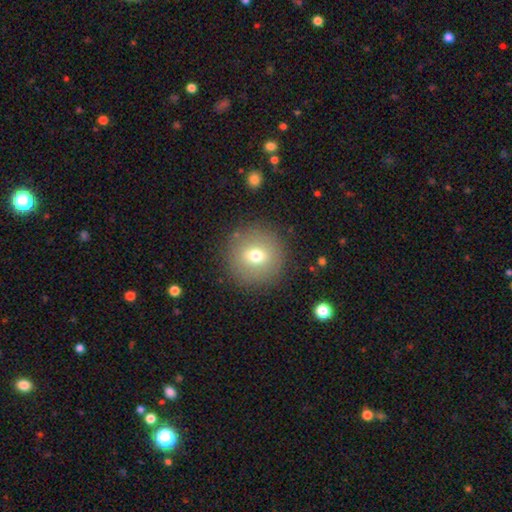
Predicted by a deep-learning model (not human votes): Q: Smooth or featured?
A: smooth (70%); runner-up: featured or disk (18%)
Q: How rounded?
A: round (94%); runner-up: in between (5%)
Q: Merging?
A: none (88%); runner-up: minor disturbance (7%)